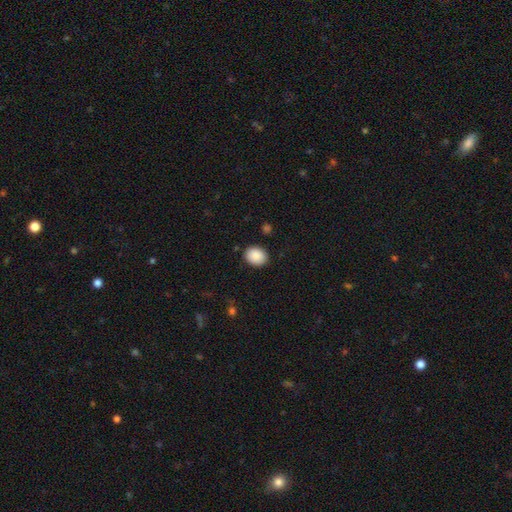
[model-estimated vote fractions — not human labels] This appears to be a smooth galaxy with no disk features (89%) that is in between round and cigar-shaped (50%). Merging: none (89%).